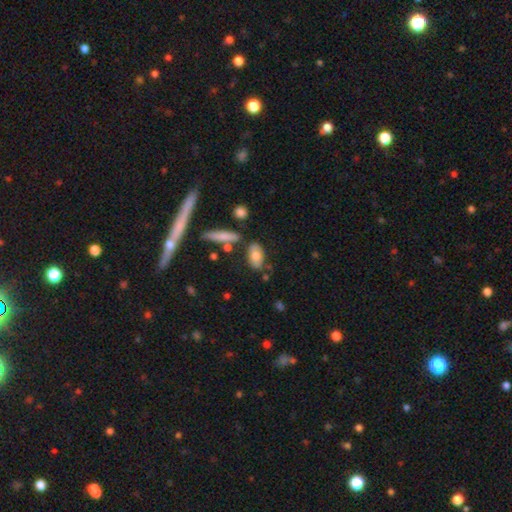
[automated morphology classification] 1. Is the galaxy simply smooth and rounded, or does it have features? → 75% smooth, 18% featured or disk, 7% star or artifact.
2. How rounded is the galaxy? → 87% in between, 8% cigar-shaped, 5% round.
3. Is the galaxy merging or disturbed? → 71% none, 15% minor disturbance, 10% merger, 4% major disturbance.